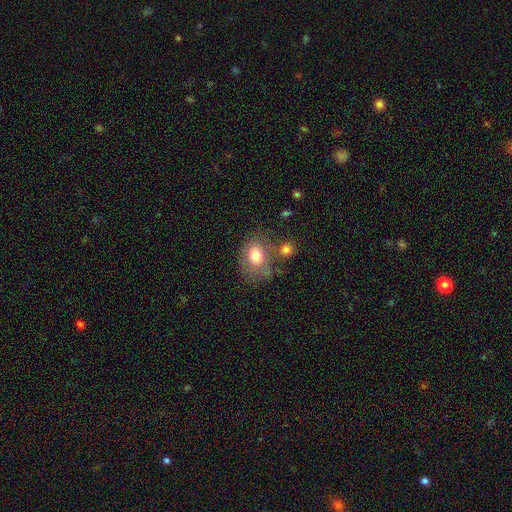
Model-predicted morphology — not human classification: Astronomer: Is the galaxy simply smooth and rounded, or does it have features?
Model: smooth — 75%.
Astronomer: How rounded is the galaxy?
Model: in between — 63%.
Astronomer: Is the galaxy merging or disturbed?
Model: none — 49%.